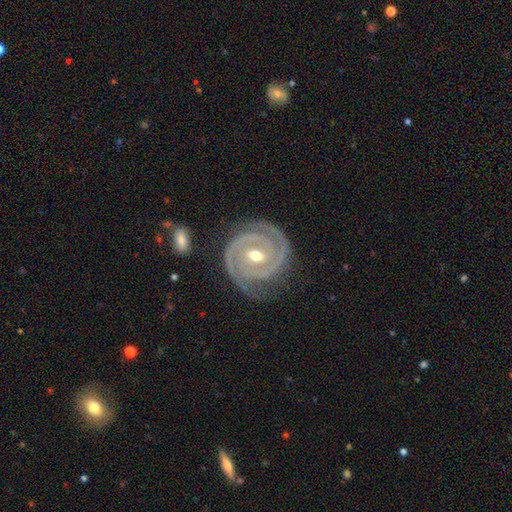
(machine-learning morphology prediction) This appears to be a featured or disk galaxy (92%) with a weak bar (42%), 2 (86%) tight (79%) spiral arms (98%) and a moderate central bulge (66%). Merging: none (79%).